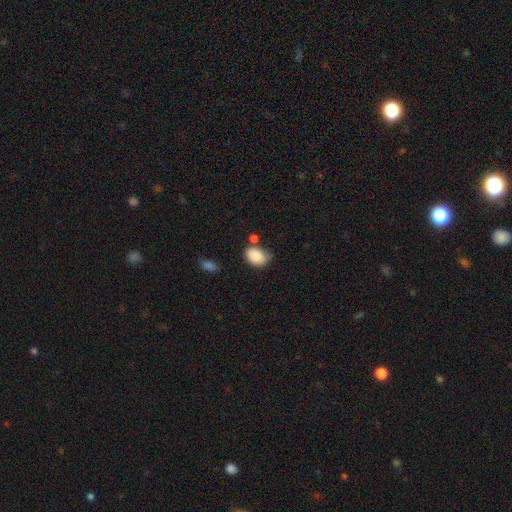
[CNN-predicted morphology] This appears to be a smooth galaxy with no disk features (87%) that is in between round and cigar-shaped (83%). Merging: none (55%).